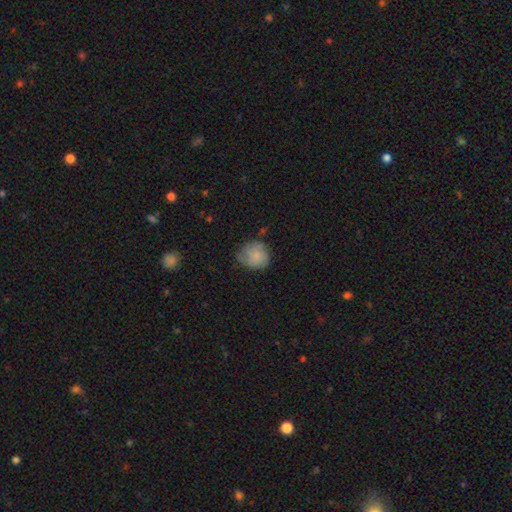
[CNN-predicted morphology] A smooth galaxy with no disk features (74%) that is round (80%). Merging: none (56%).